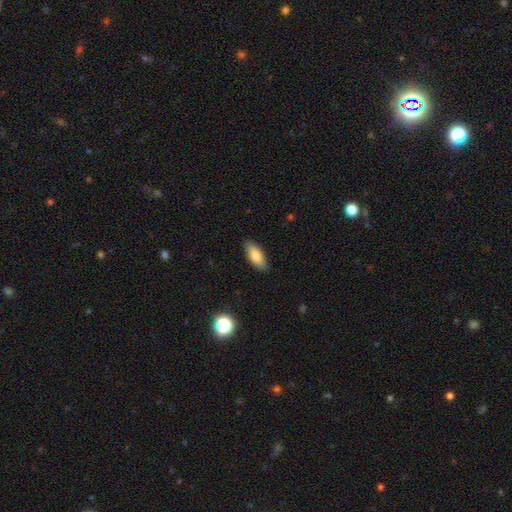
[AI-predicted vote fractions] Overall: smooth (82%). How rounded: in between (80%). Merging: none (88%).